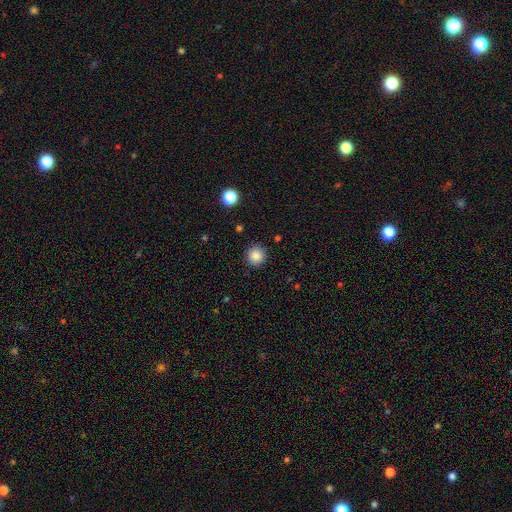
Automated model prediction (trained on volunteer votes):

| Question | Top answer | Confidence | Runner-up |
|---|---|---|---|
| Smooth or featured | smooth | 86% | star or artifact (10%) |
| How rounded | round | 94% | in between (5%) |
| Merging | none | 90% | minor disturbance (7%) |